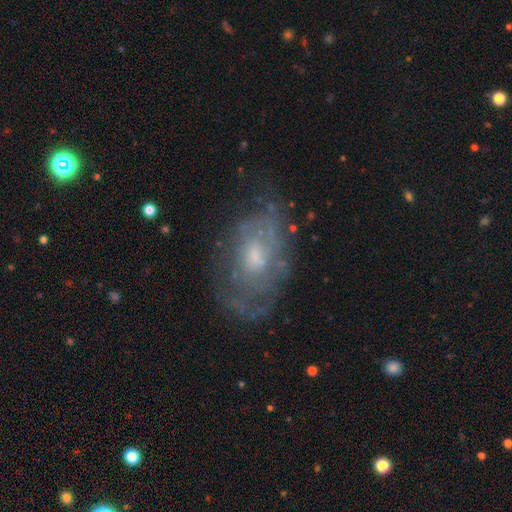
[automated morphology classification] This appears to be a featured or disk galaxy (67%) with no bar (69%), spiral arms (60%) and a moderate central bulge (47%). Merging: none (60%).